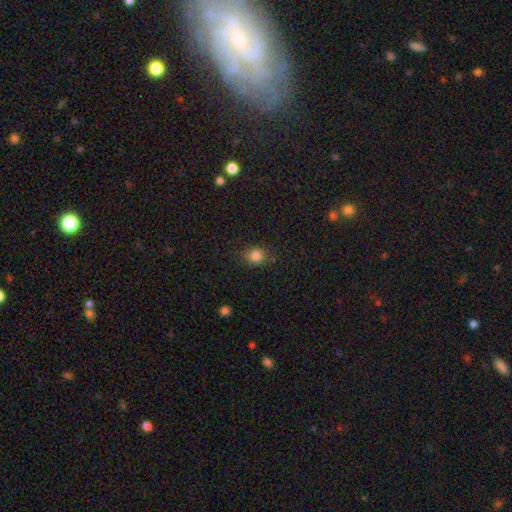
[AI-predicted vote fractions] This is clearly a smooth galaxy (84%). How rounded: likely round (75%). Merging: clearly none (83%).